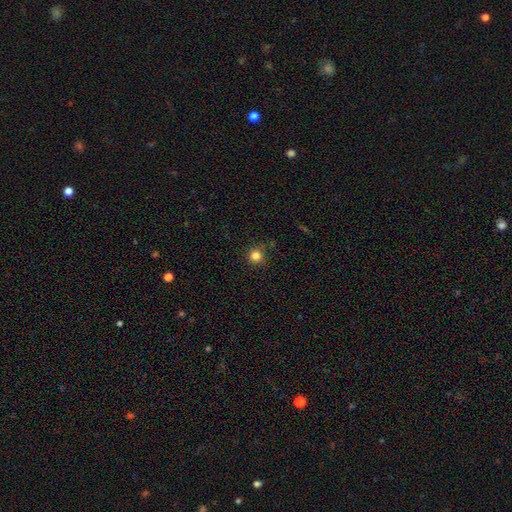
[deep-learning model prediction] This appears to be a smooth galaxy with no disk features (82%) that is round (95%). Merging: none (87%).